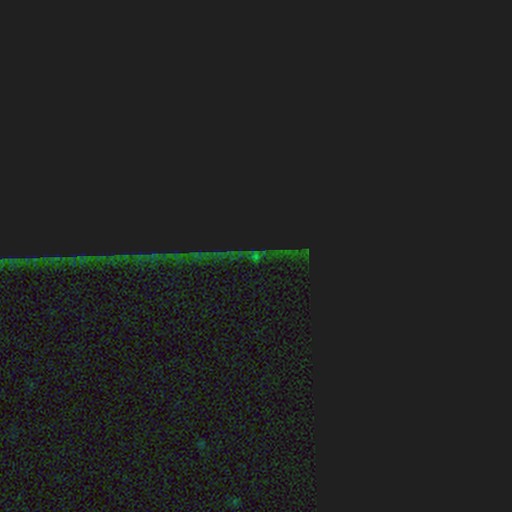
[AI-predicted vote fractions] The model was most divided on "smooth or featured": star or artifact: 84%, smooth: 8%, featured or disk: 8%.